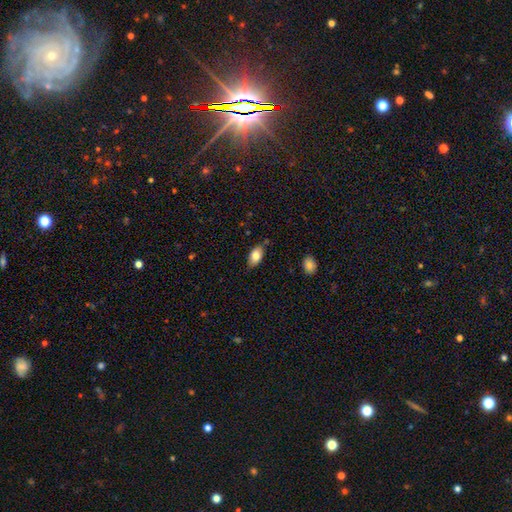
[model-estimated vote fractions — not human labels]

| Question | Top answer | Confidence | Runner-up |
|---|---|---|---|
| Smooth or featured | smooth | 80% | featured or disk (13%) |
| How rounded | in between | 91% | round (5%) |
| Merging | none | 77% | minor disturbance (17%) |